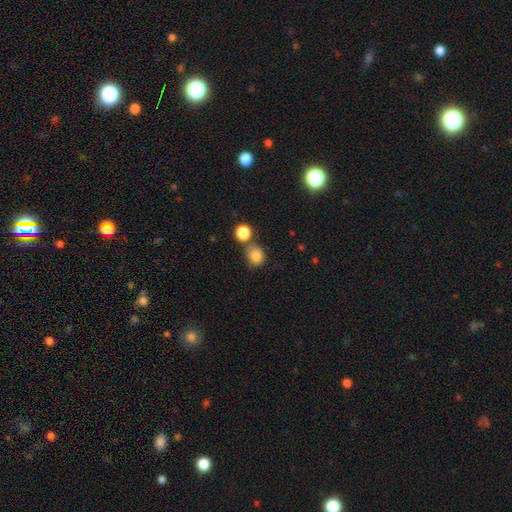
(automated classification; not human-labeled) The model was most divided on "merging": none: 58%, merger: 21%, minor disturbance: 16%, major disturbance: 6%. More confident: smooth or featured — smooth (83%); how rounded — round (72%).